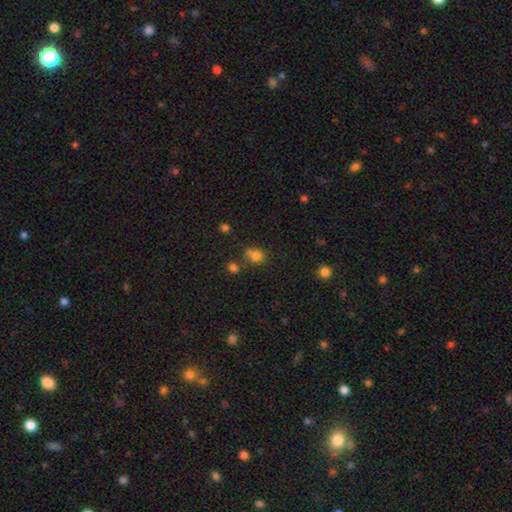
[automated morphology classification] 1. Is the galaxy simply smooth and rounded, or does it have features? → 75% smooth, 15% star or artifact, 10% featured or disk.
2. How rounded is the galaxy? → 55% round, 43% in between, 2% cigar-shaped.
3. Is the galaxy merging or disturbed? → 47% none, 22% merger, 21% minor disturbance, 10% major disturbance.